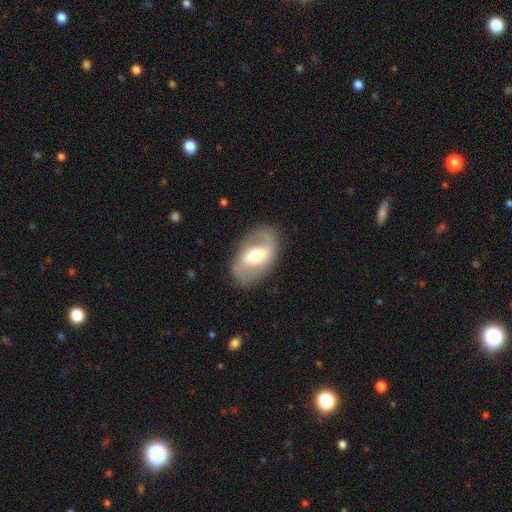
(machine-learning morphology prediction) This is likely a featured or disk galaxy (68%). It is clearly not viewed edge-on (94%). Bar: marginally weak (42%). Spiral arm pattern: likely yes (67%). Central bulge: likely moderate (66%). Merging: likely none (79%).